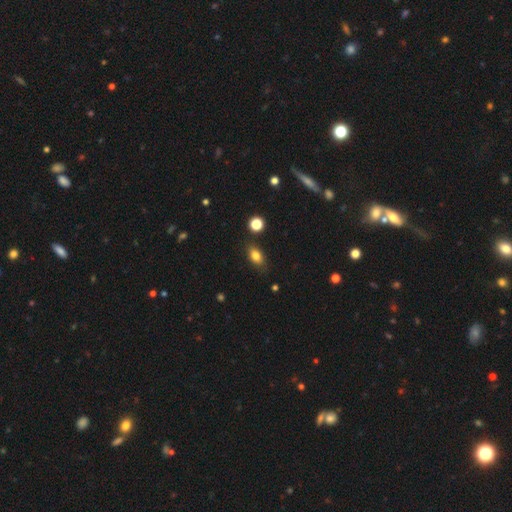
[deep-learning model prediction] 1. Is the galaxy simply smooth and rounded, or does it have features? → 82% smooth, 10% star or artifact, 9% featured or disk.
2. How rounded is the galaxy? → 82% in between, 14% round, 4% cigar-shaped.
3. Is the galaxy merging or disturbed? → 82% none, 13% minor disturbance, 3% major disturbance, 2% merger.